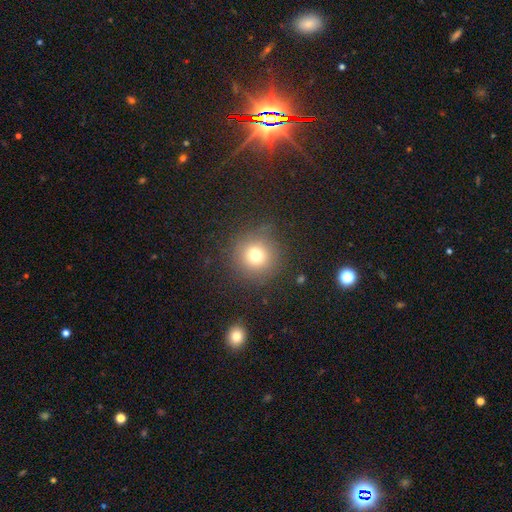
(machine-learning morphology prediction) smooth-or-featured: smooth: 72% | star or artifact: 17% | featured or disk: 11%
  how-rounded: round: 93% | in between: 6% | cigar-shaped: 1%
  merging: none: 83% | minor disturbance: 10% | major disturbance: 5% | merger: 2%